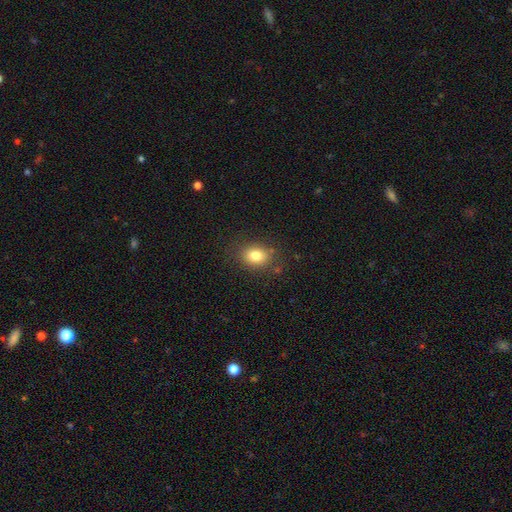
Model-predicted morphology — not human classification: smooth_or_featured: smooth (p=0.81) [alt: star or artifact p=0.10]
how_rounded: in between (p=0.58) [alt: round p=0.41]
merging: none (p=0.82) [alt: minor disturbance p=0.12]